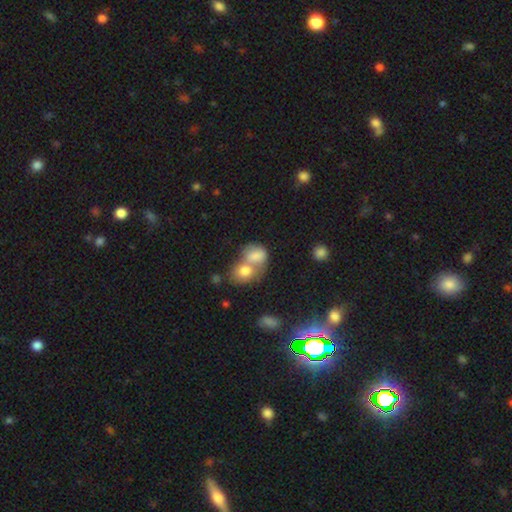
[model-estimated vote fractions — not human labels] Overall: smooth (75%). How rounded: in between (60%; round 39%). Merging: merger (71%).